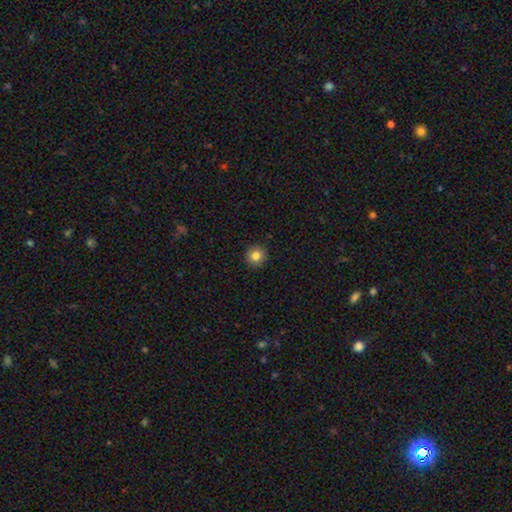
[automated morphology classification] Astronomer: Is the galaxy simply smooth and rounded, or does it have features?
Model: smooth — 83%.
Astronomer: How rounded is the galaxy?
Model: round — 93%.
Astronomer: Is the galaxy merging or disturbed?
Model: none — 92%.